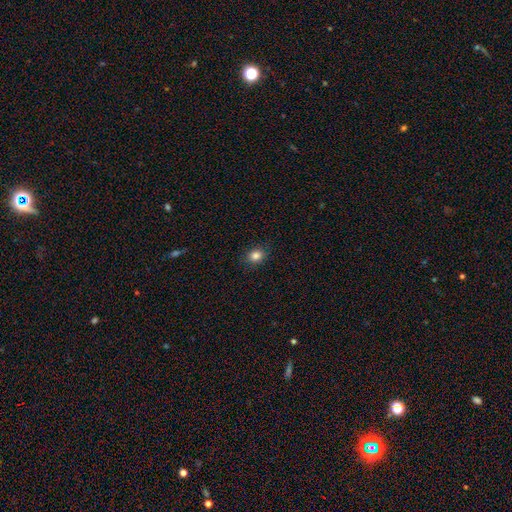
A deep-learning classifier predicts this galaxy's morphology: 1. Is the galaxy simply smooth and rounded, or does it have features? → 84% smooth, 11% star or artifact, 5% featured or disk.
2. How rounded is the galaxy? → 51% round, 48% in between, 1% cigar-shaped.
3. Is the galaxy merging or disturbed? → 88% none, 9% minor disturbance, 2% major disturbance, 1% merger.